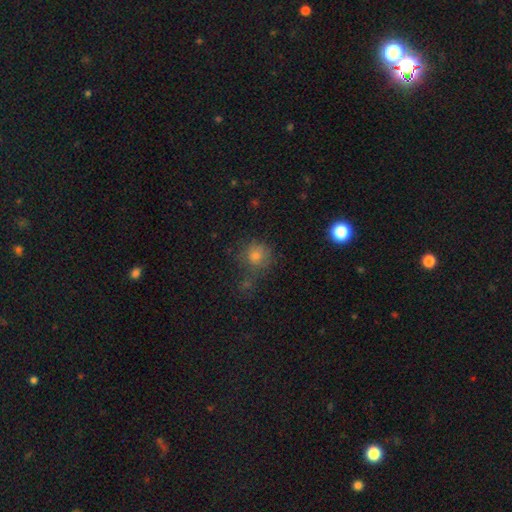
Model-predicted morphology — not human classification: Smooth or featured? smooth (71%)
How rounded? round (88%)
Merging? none (61%)